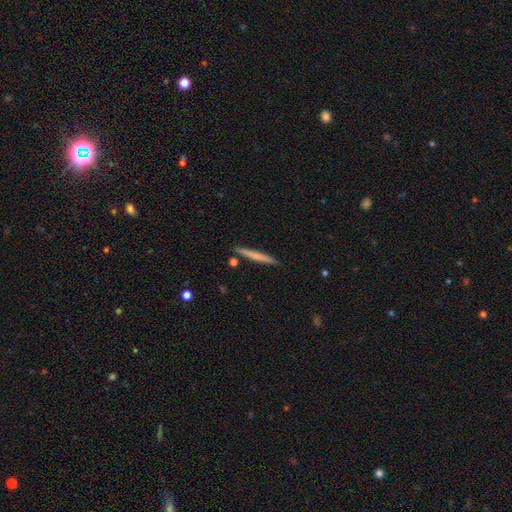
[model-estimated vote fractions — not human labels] This appears to be a smooth galaxy with no disk features (61%) that is cigar-shaped (97%). Merging: none (90%).